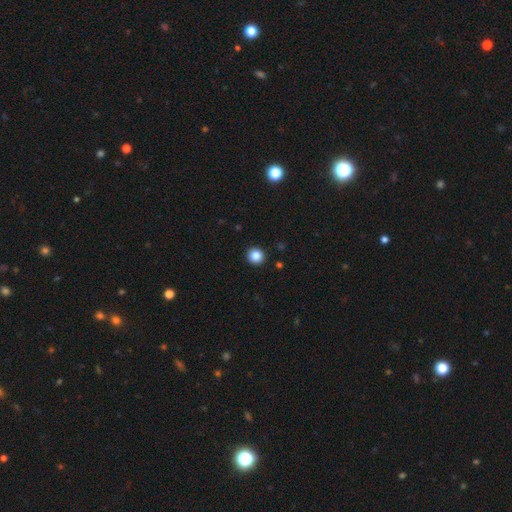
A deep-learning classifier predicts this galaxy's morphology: smooth-or-featured: smooth: 86% | star or artifact: 10% | featured or disk: 4%
  how-rounded: round: 93% | in between: 6% | cigar-shaped: 1%
  merging: none: 93% | minor disturbance: 5% | major disturbance: 2% | merger: 1%